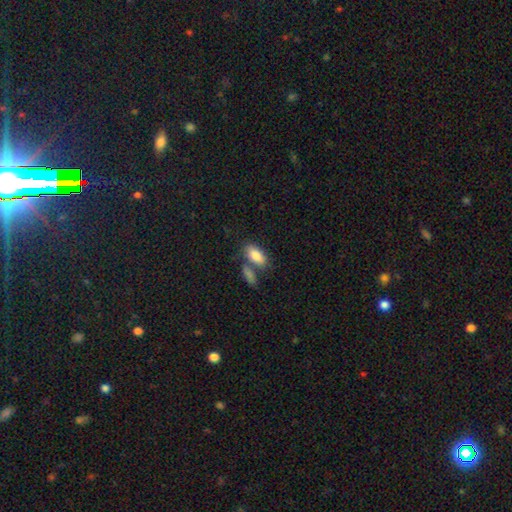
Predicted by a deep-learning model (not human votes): The model was most divided on "merging": none: 51%, merger: 31%, minor disturbance: 13%, major disturbance: 5%. More confident: how rounded — in between (90%); smooth or featured — smooth (84%).